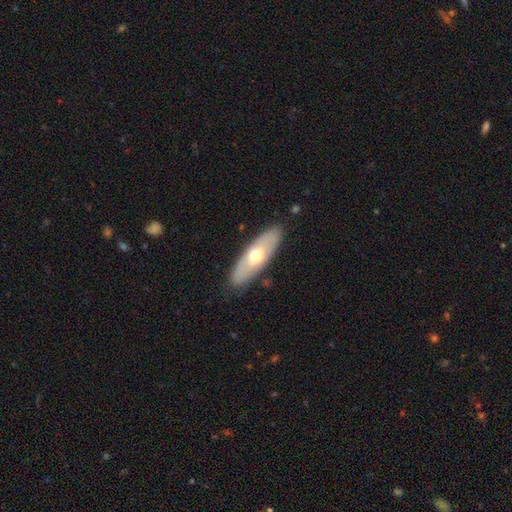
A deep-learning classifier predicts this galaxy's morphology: A smooth galaxy with no disk features (52%) that is in between round and cigar-shaped (62%). Merging: none (86%).